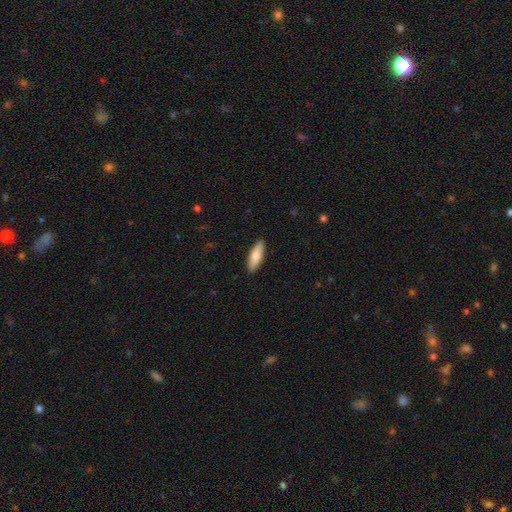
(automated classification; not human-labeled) Smooth or featured? smooth (81%)
How rounded? in between (62%)
Merging? none (90%)